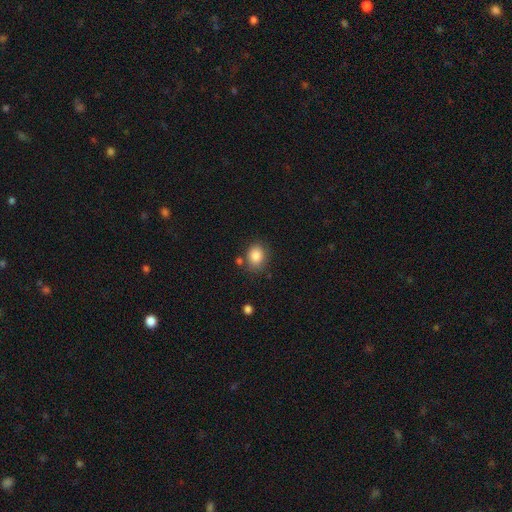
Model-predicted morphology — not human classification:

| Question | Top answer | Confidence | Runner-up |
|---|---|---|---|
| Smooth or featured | smooth | 86% | star or artifact (9%) |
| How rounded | round | 56% | in between (43%) |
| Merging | none | 76% | minor disturbance (14%) |